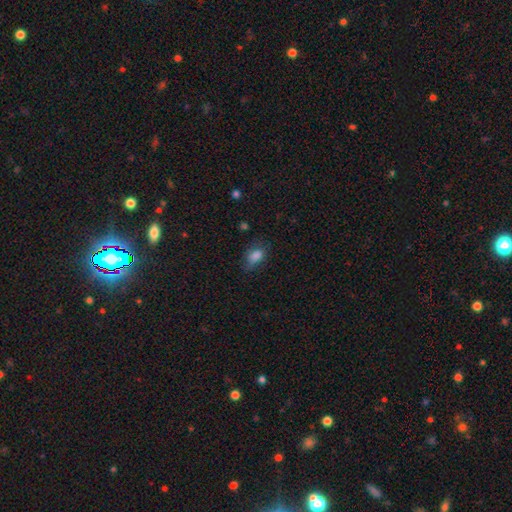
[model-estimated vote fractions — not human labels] A smooth galaxy with no disk features (81%) that is in between round and cigar-shaped (83%). Merging: none (57%).